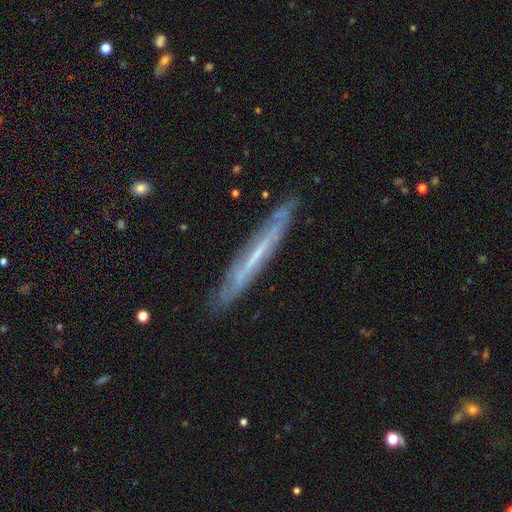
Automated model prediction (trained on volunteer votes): Smooth or featured? featured or disk (65%)
Edge-on disk? yes (77%)
Edge-on bulge? none (84%)
Merging? none (83%)